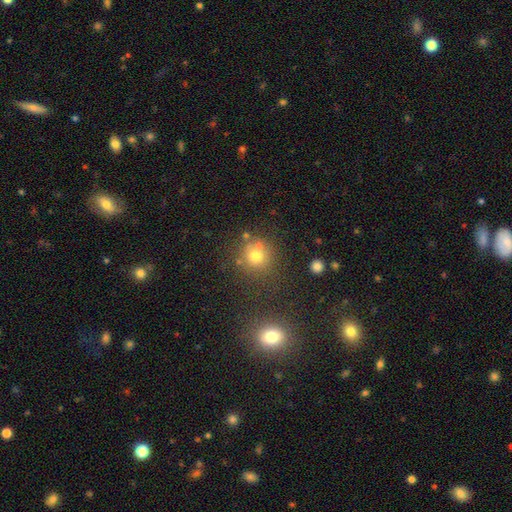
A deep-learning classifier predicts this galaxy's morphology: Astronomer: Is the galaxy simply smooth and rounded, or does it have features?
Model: smooth — 73%.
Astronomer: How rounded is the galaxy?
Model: round — 90%.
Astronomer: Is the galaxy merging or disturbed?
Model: none — 72%.